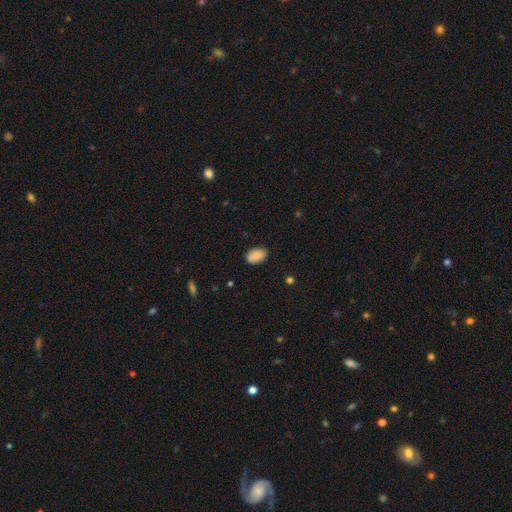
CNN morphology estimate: Overall: smooth (88%). How rounded: in between (90%). Merging: none (84%).